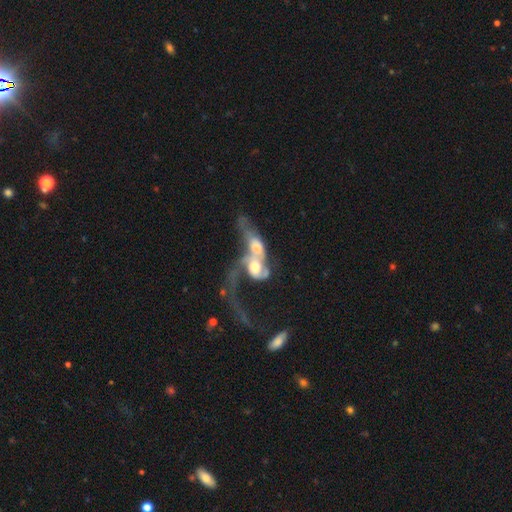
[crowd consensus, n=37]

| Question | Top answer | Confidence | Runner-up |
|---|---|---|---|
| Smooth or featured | featured or disk | 86% | smooth (14%) |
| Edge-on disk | no | 94% | yes (6%) |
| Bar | no | 67% | weak (27%) |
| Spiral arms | yes | 70% | no (30%) |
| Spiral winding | loose | 62% | medium (24%) |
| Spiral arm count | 1 | 57% | 2 (29%) |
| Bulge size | moderate | 50% | large (37%) |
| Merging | merger | 78% | major disturbance (14%) |